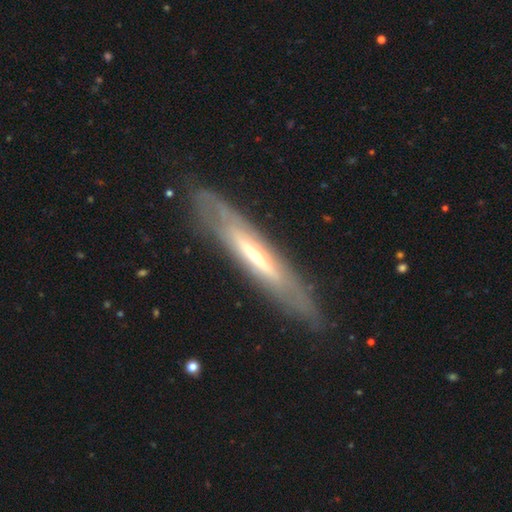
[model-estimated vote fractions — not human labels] The model was most divided on "edge-on bulge": rounded: 66%, none: 29%, boxy: 5%. More confident: merging — none (79%); smooth or featured — featured or disk (73%); edge-on disk — yes (69%).